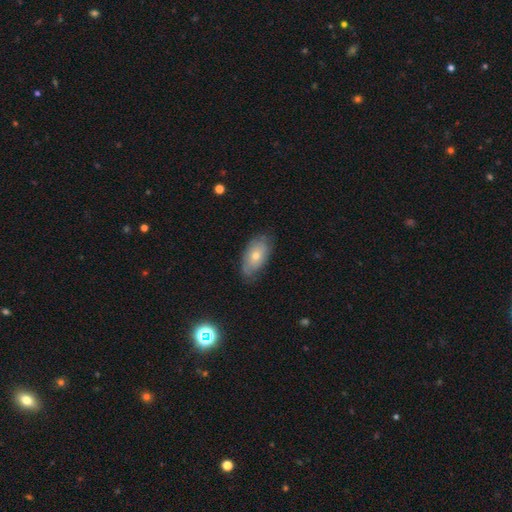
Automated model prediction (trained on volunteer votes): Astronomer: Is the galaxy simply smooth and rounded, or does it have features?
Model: smooth — 60%.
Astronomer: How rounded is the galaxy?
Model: in between — 92%.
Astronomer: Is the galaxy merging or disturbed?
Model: none — 67%.